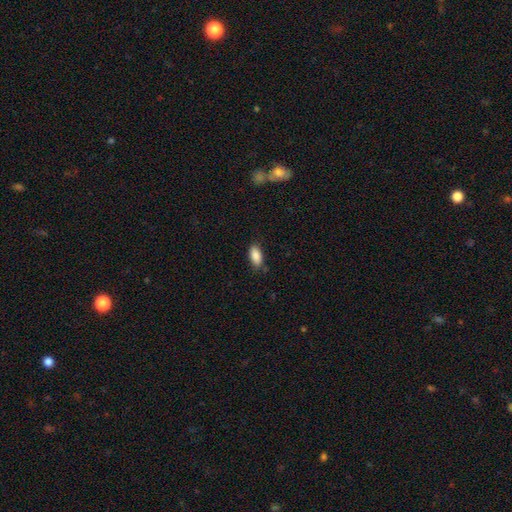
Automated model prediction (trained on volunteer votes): This appears to be a smooth galaxy with no disk features (87%) that is in between round and cigar-shaped (88%). Merging: none (81%).